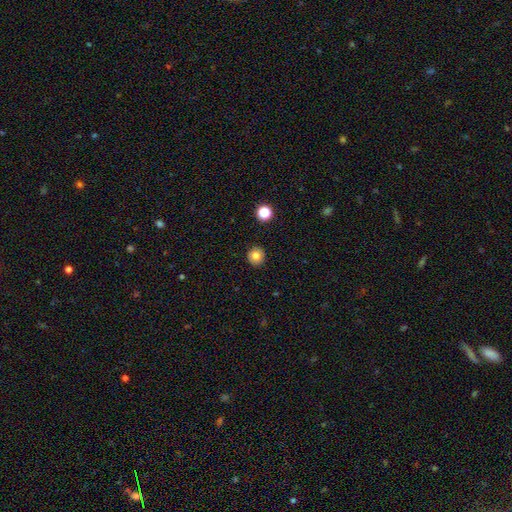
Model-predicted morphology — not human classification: smooth_or_featured: smooth (p=0.80) [alt: star or artifact p=0.11]
how_rounded: round (p=0.93) [alt: in between p=0.06]
merging: none (p=0.92) [alt: minor disturbance p=0.06]